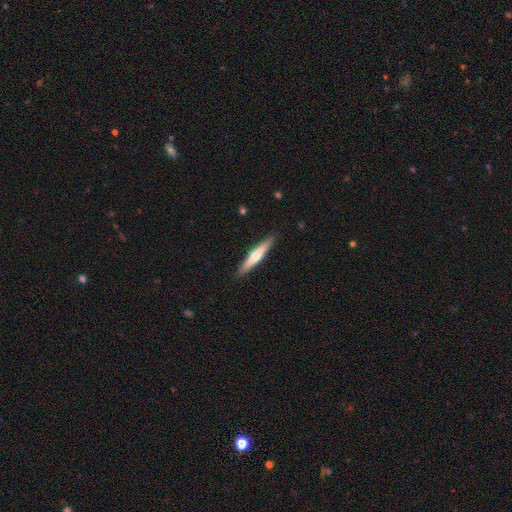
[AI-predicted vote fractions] Smooth or featured: smooth — 49% (featured or disk — 47%)
Merging: none — 91% (minor disturbance — 7%)